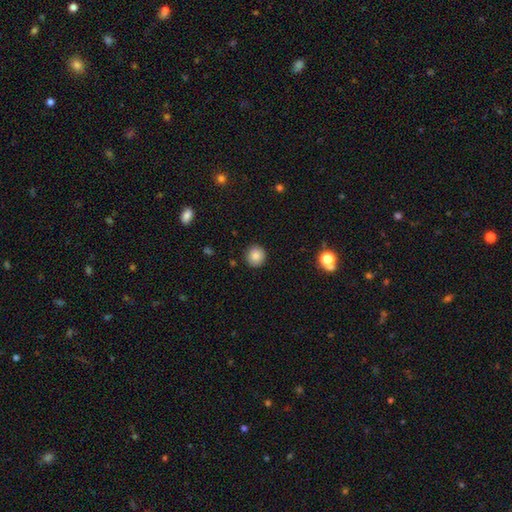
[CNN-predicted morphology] This is clearly a smooth galaxy (85%). How rounded: clearly round (92%). Merging: clearly none (91%).